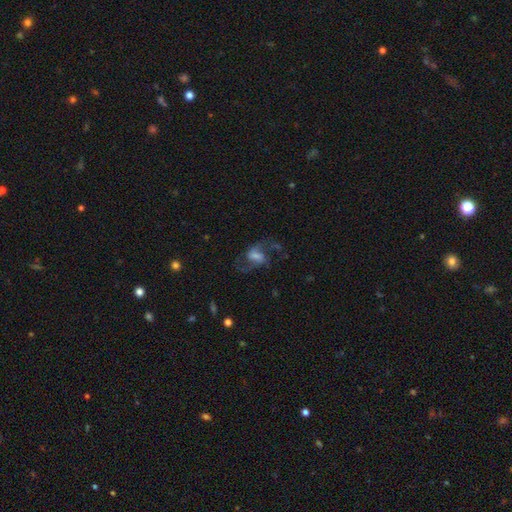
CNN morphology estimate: smooth-or-featured: featured or disk: 77% | smooth: 13% | star or artifact: 10%
  disk-edge-on: no: 97% | yes: 3%
    bar: weak: 51% | strong: 25% | no: 23%
    has-spiral-arms: yes: 94% | no: 6%
      spiral-winding: loose: 50% | medium: 42% | tight: 7%
      spiral-arm-count: 2: 86% | 3: 4% | can't tell: 4% | 1: 2% | 4: 2% | more than 4: 1%
    bulge-size: moderate: 29% | small: 27% | none: 24% | large: 17% | dominant: 3%
  merging: none: 65% | major disturbance: 17% | minor disturbance: 15% | merger: 2%